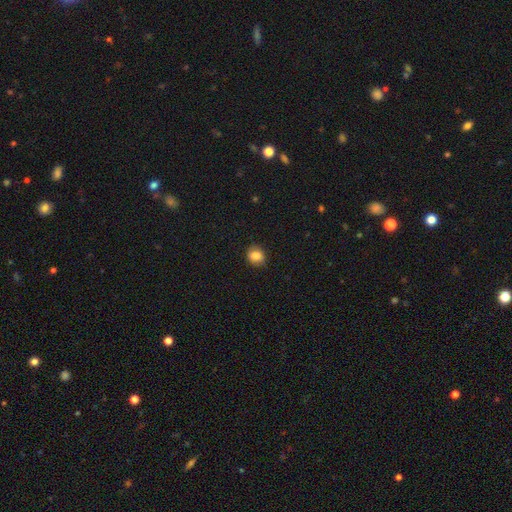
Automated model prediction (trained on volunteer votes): This is clearly a smooth galaxy (84%). How rounded: likely round (70%). Merging: clearly none (86%).